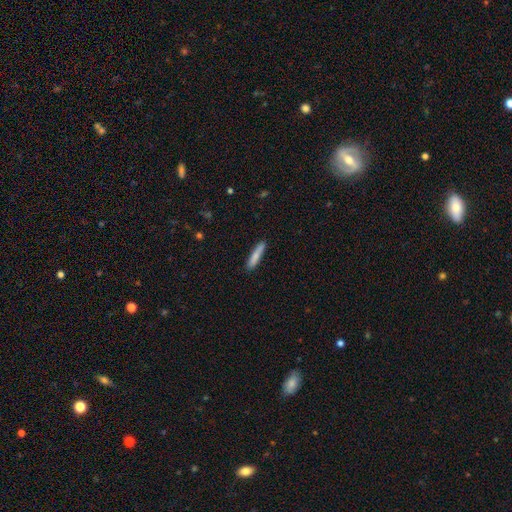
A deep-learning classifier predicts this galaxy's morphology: Smooth or featured?
  - smooth: 81% *
  - featured or disk: 14%
  - star or artifact: 6%
How rounded?
  - cigar-shaped: 90% *
  - in between: 9%
  - round: 1%
Merging?
  - none: 87% *
  - minor disturbance: 10%
  - major disturbance: 2%
  - merger: 1%